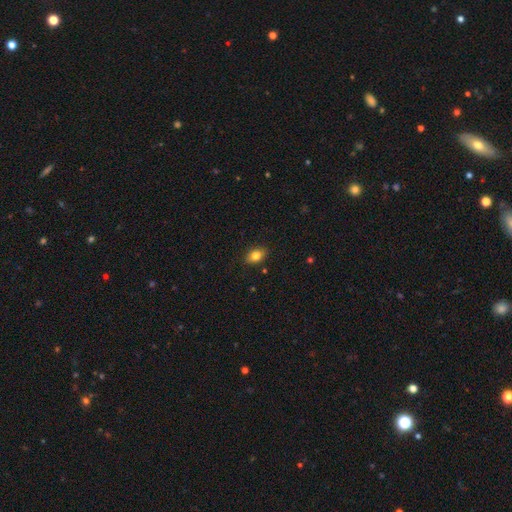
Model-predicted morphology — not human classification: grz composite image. It shows a smooth galaxy with no disk features (82%) that is in between round and cigar-shaped (82%). Merging: none (86%).